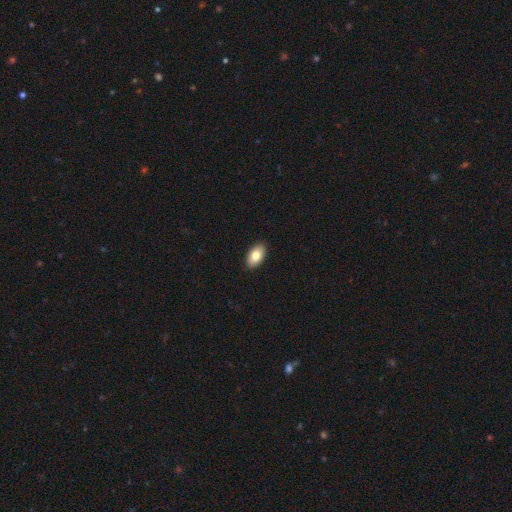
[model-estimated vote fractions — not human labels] A smooth galaxy with no disk features (81%) that is in between round and cigar-shaped (94%). Merging: none (91%).